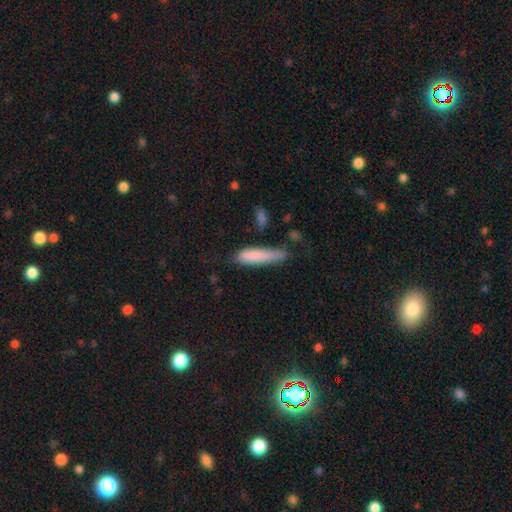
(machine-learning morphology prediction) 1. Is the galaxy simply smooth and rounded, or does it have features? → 80% smooth, 14% featured or disk, 6% star or artifact.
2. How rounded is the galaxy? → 80% cigar-shaped, 18% in between, 2% round.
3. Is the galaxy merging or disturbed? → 51% none, 32% minor disturbance, 11% major disturbance, 5% merger.